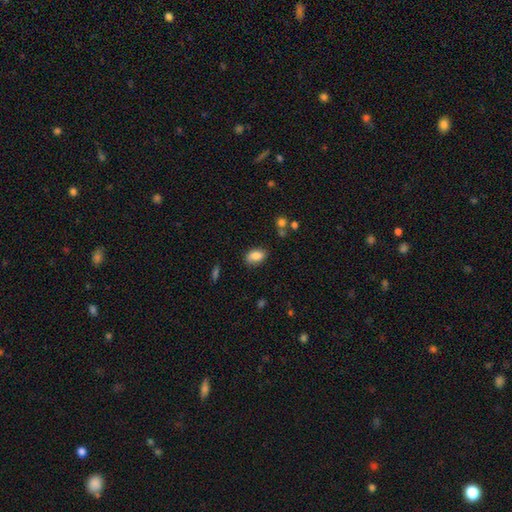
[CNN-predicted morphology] A smooth galaxy with no disk features (85%) that is in between round and cigar-shaped (88%). Merging: none (81%).